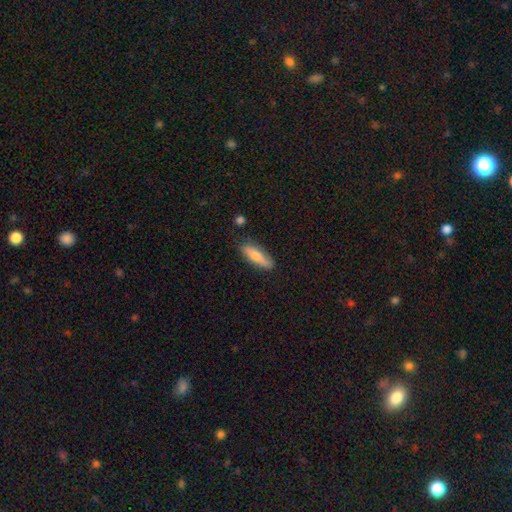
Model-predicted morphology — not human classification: smooth_or_featured: smooth (p=0.67) [alt: featured or disk p=0.27]
how_rounded: cigar-shaped (p=0.61) [alt: in between p=0.37]
merging: none (p=0.79) [alt: minor disturbance p=0.16]